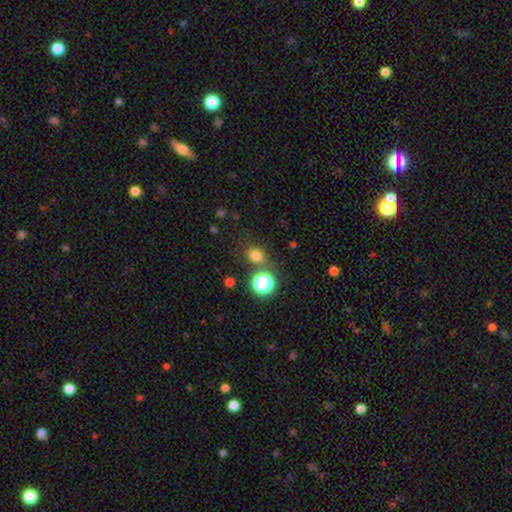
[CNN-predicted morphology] Smooth or featured?
  - smooth: 74% *
  - star or artifact: 20%
  - featured or disk: 6%
How rounded?
  - round: 69% *
  - in between: 30%
  - cigar-shaped: 1%
Merging?
  - none: 76% *
  - minor disturbance: 11%
  - merger: 9%
  - major disturbance: 4%